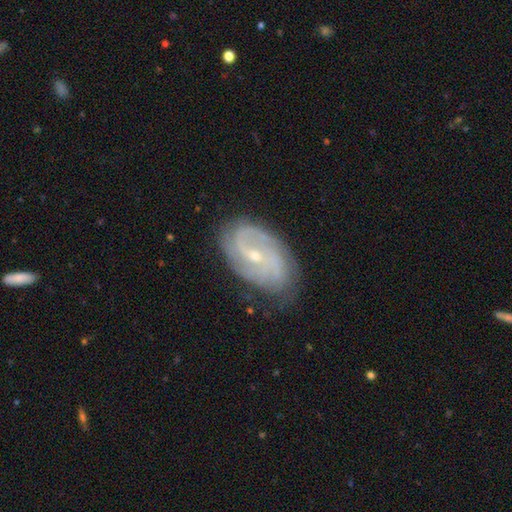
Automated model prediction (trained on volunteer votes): This is clearly a featured or disk galaxy (85%). It is clearly not viewed edge-on (96%). Bar: marginally weak (45%). Spiral arm pattern: clearly yes (95%). Spiral arm count: possibly 2 (53%). Spiral winding: marginally medium (43%). Central bulge: likely small (71%). Merging: likely none (72%).